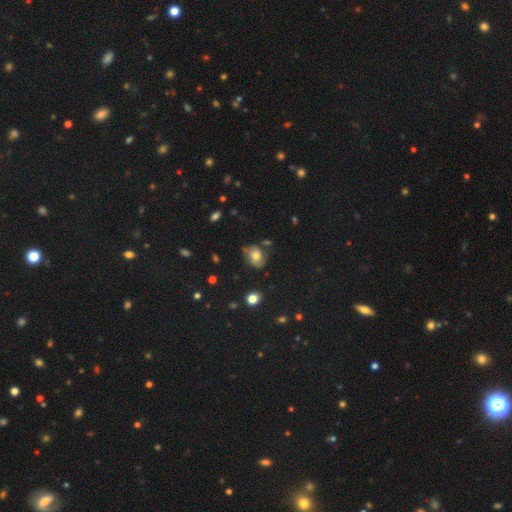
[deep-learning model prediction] This appears to be a smooth galaxy with no disk features (54%) that is in between round and cigar-shaped (52%). Merging: none (61%).